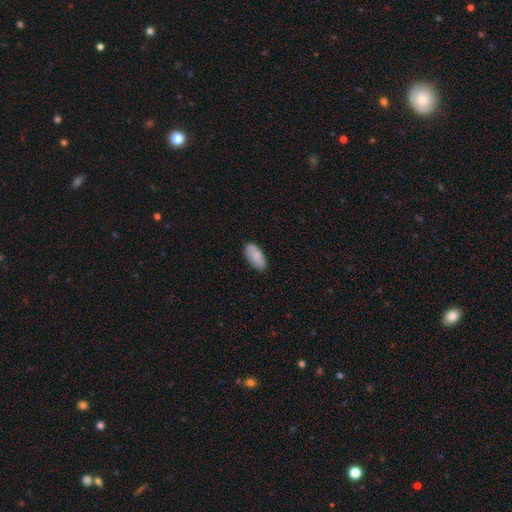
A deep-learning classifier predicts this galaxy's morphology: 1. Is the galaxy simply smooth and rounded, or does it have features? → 75% smooth, 19% featured or disk, 6% star or artifact.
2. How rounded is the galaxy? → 92% in between, 5% cigar-shaped, 2% round.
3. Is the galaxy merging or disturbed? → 84% none, 13% minor disturbance, 2% major disturbance, 1% merger.